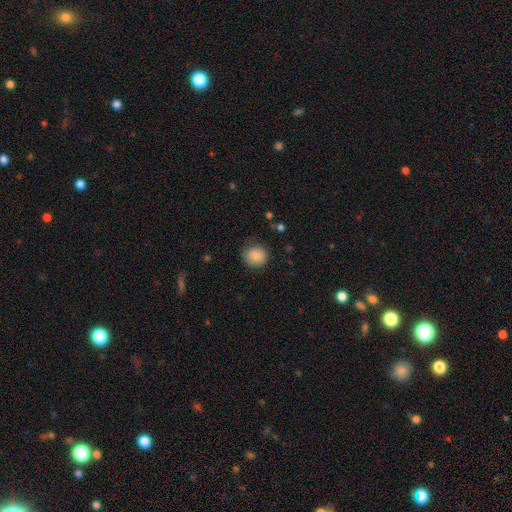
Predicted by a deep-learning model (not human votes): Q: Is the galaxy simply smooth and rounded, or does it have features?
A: smooth — 86%.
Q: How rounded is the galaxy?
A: round — 87%.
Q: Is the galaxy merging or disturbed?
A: none — 80%.